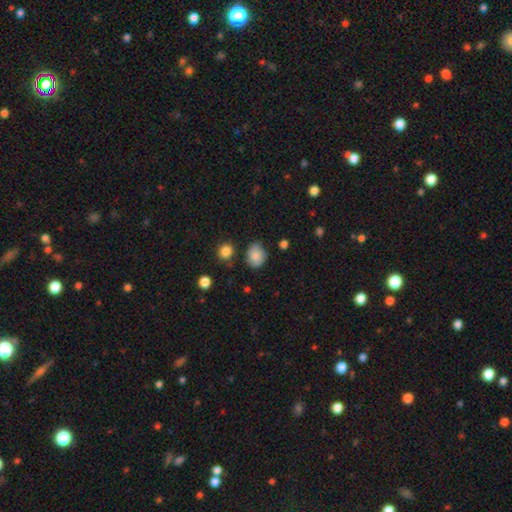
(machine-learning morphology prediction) smooth-or-featured: smooth: 84% | star or artifact: 9% | featured or disk: 7%
  how-rounded: round: 55% | in between: 44% | cigar-shaped: 1%
  merging: none: 70% | minor disturbance: 22% | major disturbance: 4% | merger: 3%